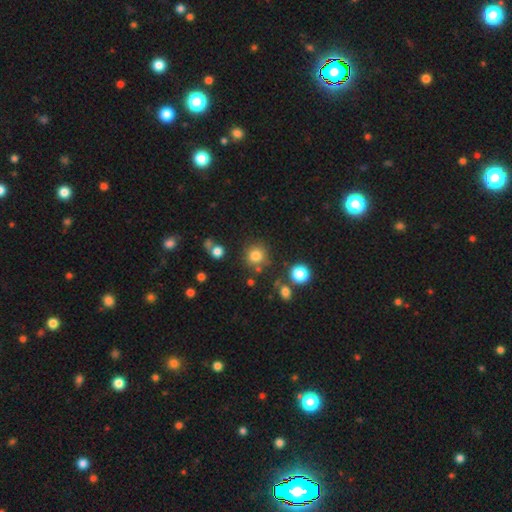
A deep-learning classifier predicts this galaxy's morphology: Smooth or featured: smooth — 81% (star or artifact — 14%)
How rounded: round — 92% (in between — 7%)
Merging: none — 81% (minor disturbance — 10%)